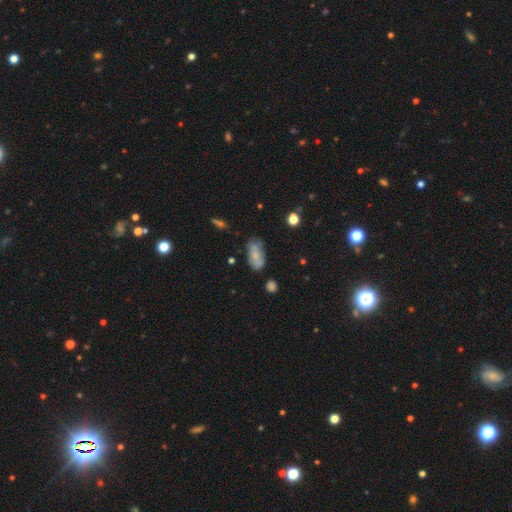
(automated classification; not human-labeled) Smooth or featured?
  - smooth: 60% *
  - featured or disk: 32%
  - star or artifact: 8%
How rounded?
  - in between: 90% *
  - cigar-shaped: 6%
  - round: 4%
Merging?
  - none: 56% *
  - minor disturbance: 28%
  - major disturbance: 10%
  - merger: 6%